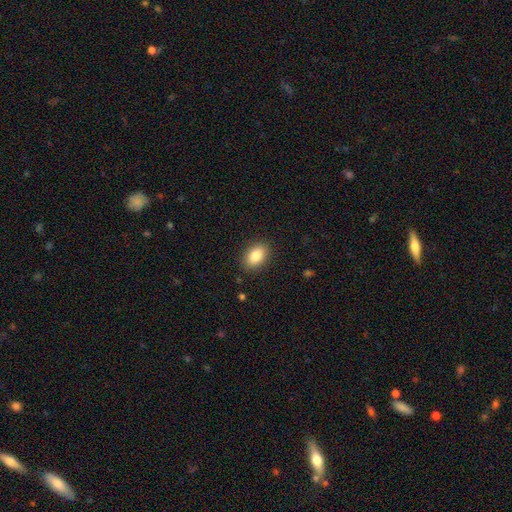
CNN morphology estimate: type=smooth (86%); roundness=in between (87%); merging=none (88%).